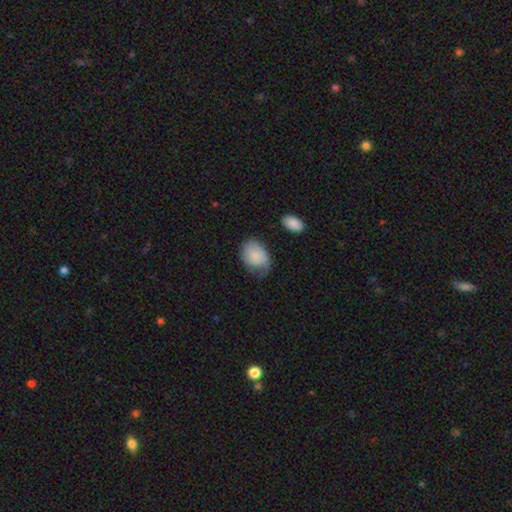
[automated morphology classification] Smooth or featured: smooth — 79% (featured or disk — 15%)
How rounded: in between — 74% (round — 25%)
Merging: none — 38% (minor disturbance — 37%)